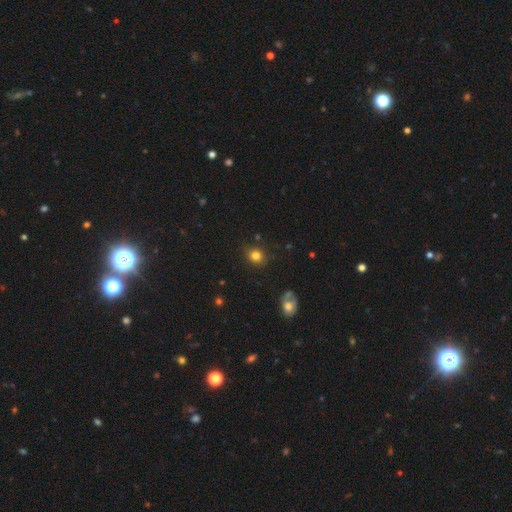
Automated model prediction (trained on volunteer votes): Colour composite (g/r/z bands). It shows a smooth galaxy with no disk features (81%) that is round (72%). Merging: none (83%).